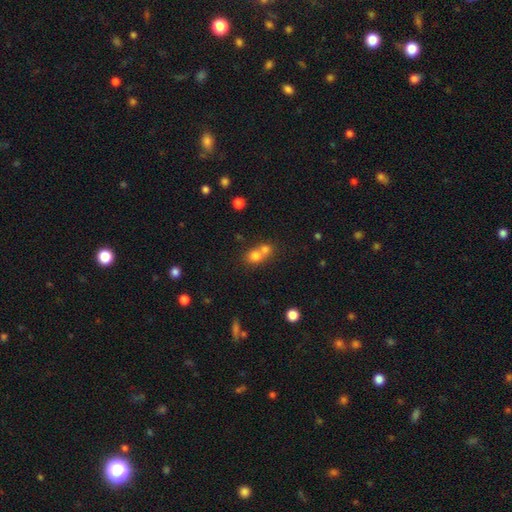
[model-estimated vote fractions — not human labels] A smooth galaxy with no disk features (75%) that is round (73%).

Vote fractions:
- Smooth or featured? smooth: 75% / star or artifact: 13% / featured or disk: 13%
- How rounded? round: 73% / in between: 26% / cigar-shaped: 1%
- Merging? merger: 62% / none: 30% / minor disturbance: 5% / major disturbance: 2%